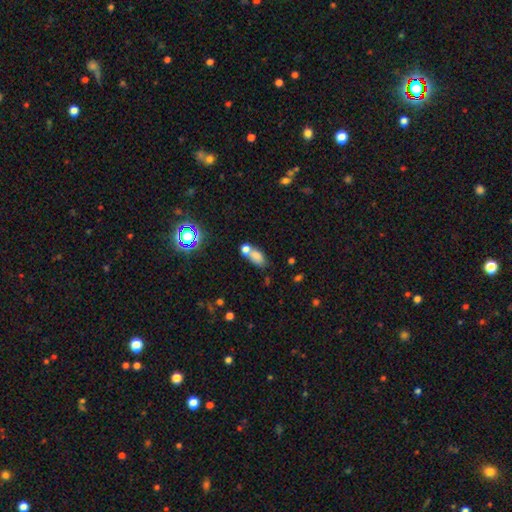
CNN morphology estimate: Smooth or featured: smooth — 72% (star or artifact — 14%)
How rounded: in between — 79% (round — 14%)
Merging: merger — 50% (none — 34%)